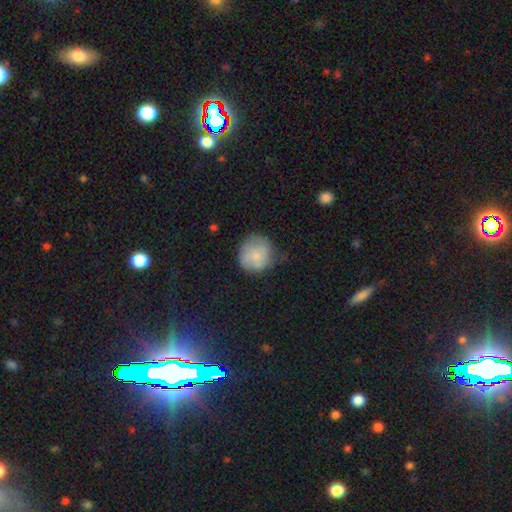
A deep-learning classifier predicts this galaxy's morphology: Smooth or featured?
  - smooth: 76% *
  - featured or disk: 17%
  - star or artifact: 7%
How rounded?
  - round: 88% *
  - in between: 11%
  - cigar-shaped: 1%
Merging?
  - none: 51% *
  - minor disturbance: 35%
  - major disturbance: 11%
  - merger: 2%